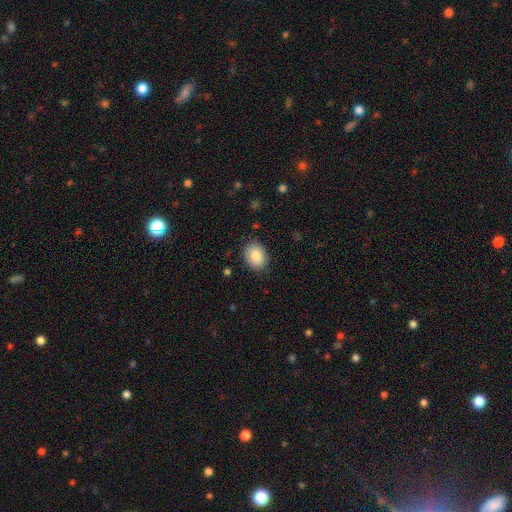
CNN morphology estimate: Overall: smooth (85%). How rounded: in between (61%; round 38%). Merging: none (86%).